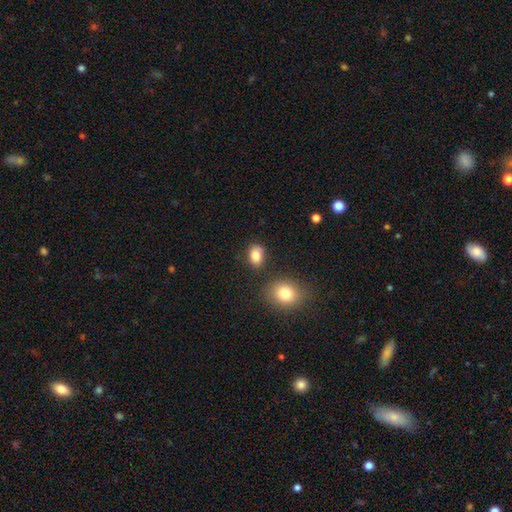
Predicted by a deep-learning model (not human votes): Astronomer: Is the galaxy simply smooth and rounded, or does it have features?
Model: smooth — 82%.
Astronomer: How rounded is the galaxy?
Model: in between — 69%.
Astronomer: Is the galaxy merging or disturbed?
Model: none — 70%.